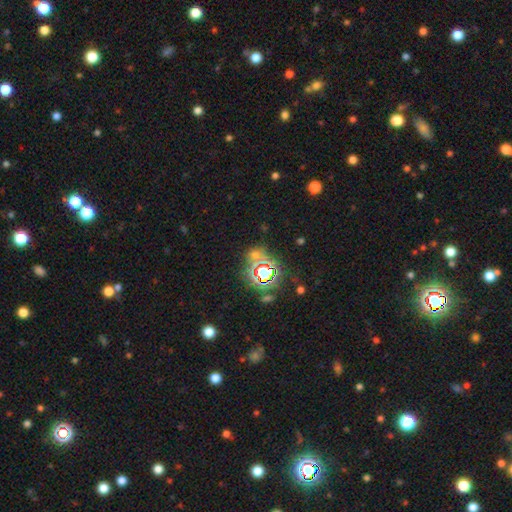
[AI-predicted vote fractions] A star or artifact, not a galaxy (62%).